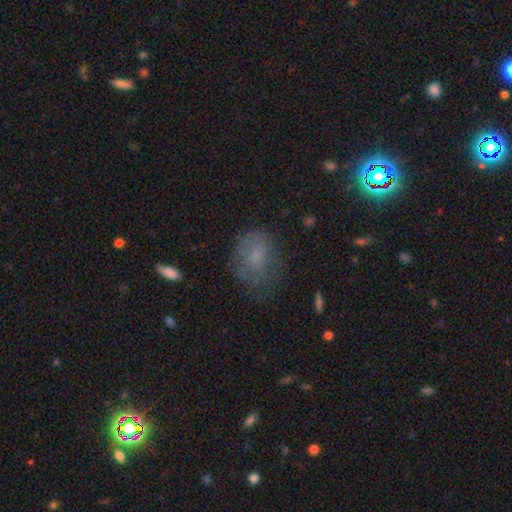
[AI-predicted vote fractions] Morphology: type=smooth (56%); roundness=in between (65%); merging=none (56%).